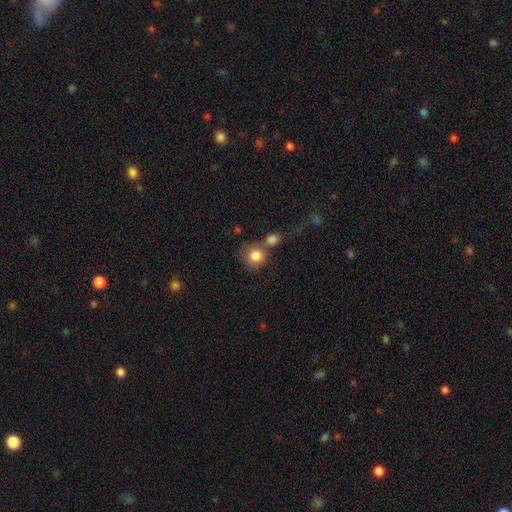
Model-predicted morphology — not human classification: This is clearly a smooth galaxy (83%). How rounded: clearly round (87%). Merging: marginally none (44%).